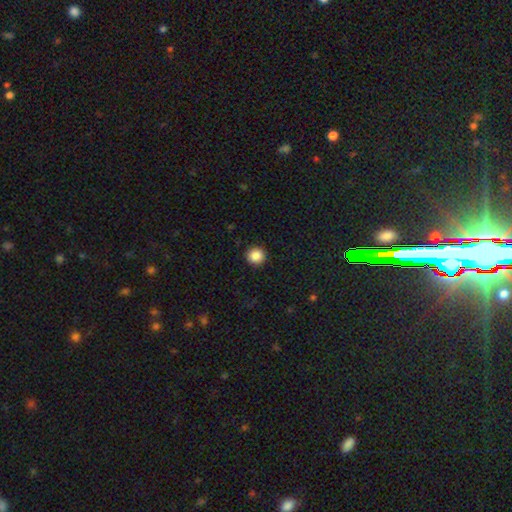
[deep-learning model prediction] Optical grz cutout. It shows a smooth galaxy with no disk features (87%) that is round (94%). Merging: none (92%).